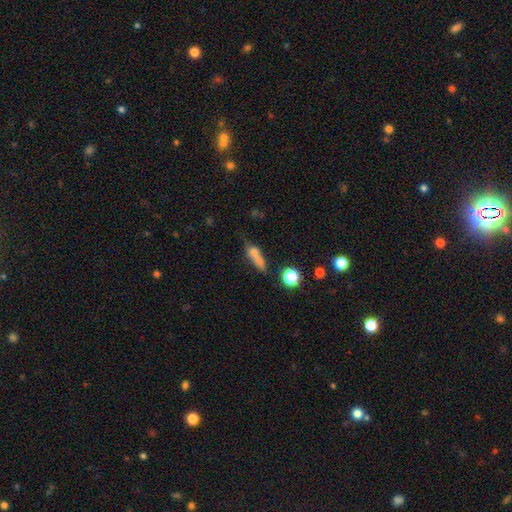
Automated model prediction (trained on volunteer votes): Smooth or featured?
  - smooth: 64% *
  - featured or disk: 20%
  - star or artifact: 16%
How rounded?
  - cigar-shaped: 41% *
  - in between: 40%
  - round: 19%
Merging?
  - none: 40% *
  - merger: 29%
  - minor disturbance: 18%
  - major disturbance: 13%